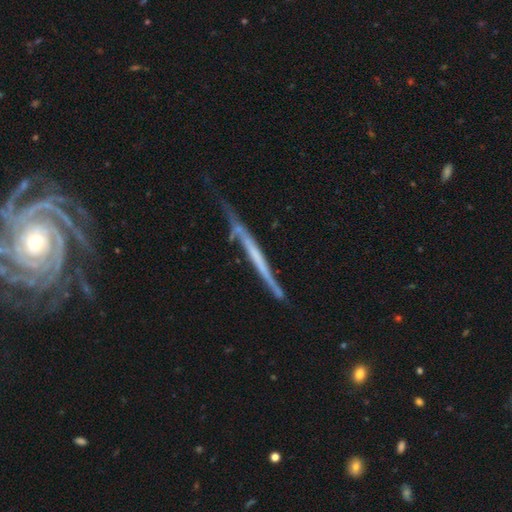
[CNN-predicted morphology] Smooth or featured?
  - featured or disk: 65% *
  - smooth: 29%
  - star or artifact: 6%
Edge-on disk?
  - yes: 90% *
  - no: 10%
Edge-on bulge?
  - none: 83% *
  - rounded: 9%
  - boxy: 8%
Merging?
  - none: 54% *
  - minor disturbance: 29%
  - major disturbance: 10%
  - merger: 7%